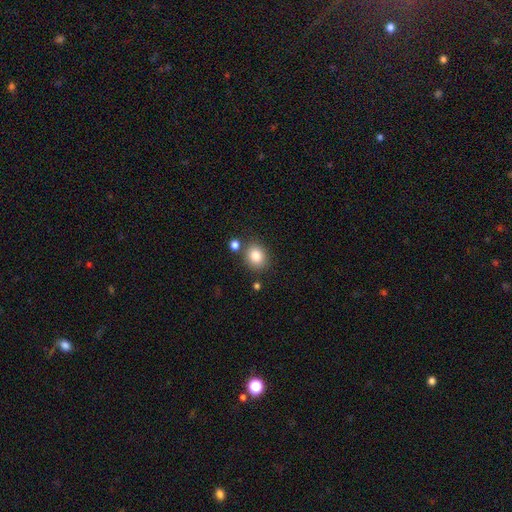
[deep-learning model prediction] Overall: smooth (83%). How rounded: round (61%; in between 38%). Merging: none (78%).